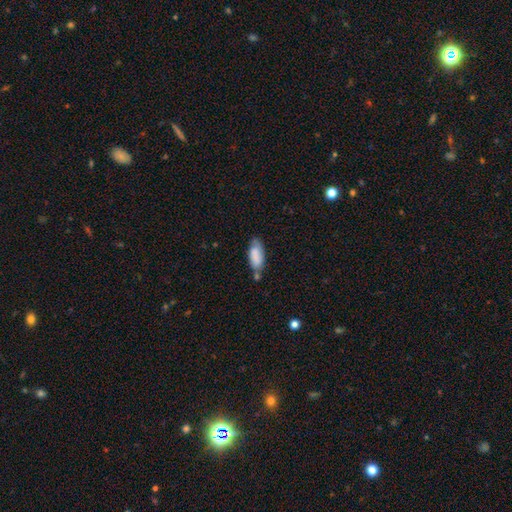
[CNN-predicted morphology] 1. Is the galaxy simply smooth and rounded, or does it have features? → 81% smooth, 13% featured or disk, 7% star or artifact.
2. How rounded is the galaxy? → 82% in between, 16% cigar-shaped, 2% round.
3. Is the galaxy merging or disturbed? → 53% none, 26% minor disturbance, 15% merger, 6% major disturbance.